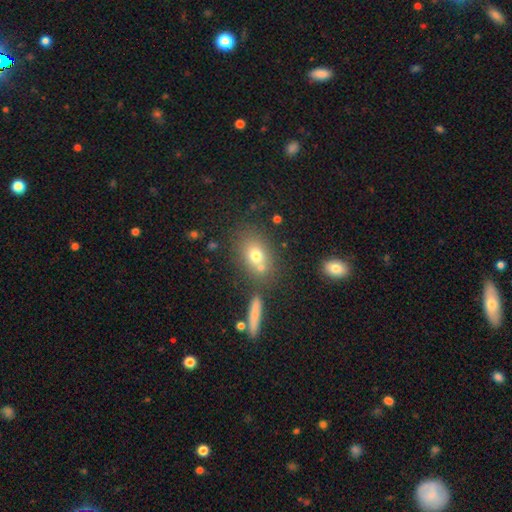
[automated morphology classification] smooth 70%, featured or disk 17%, star or artifact 13%. Down the decision tree: how rounded — in between (62%); merging — none (58%).